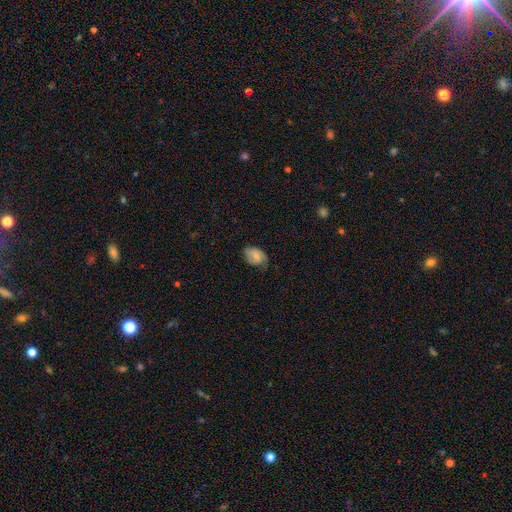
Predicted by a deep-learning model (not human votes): Smooth or featured?
  - smooth: 63% *
  - featured or disk: 29%
  - star or artifact: 8%
How rounded?
  - in between: 80% *
  - round: 19%
  - cigar-shaped: 1%
Merging?
  - none: 54% *
  - minor disturbance: 33%
  - major disturbance: 12%
  - merger: 1%